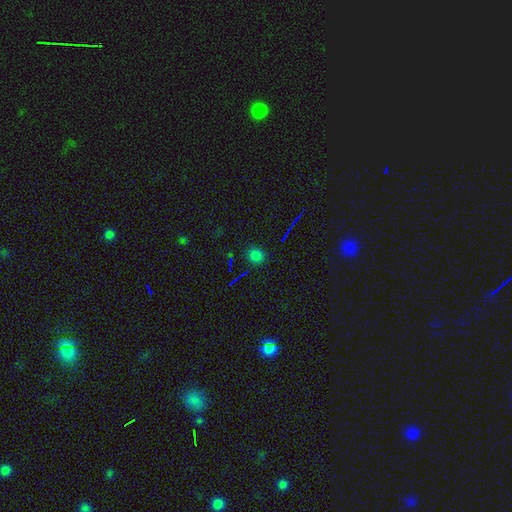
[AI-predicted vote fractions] Overall: smooth (71%). How rounded: round (80%). Merging: none (88%).